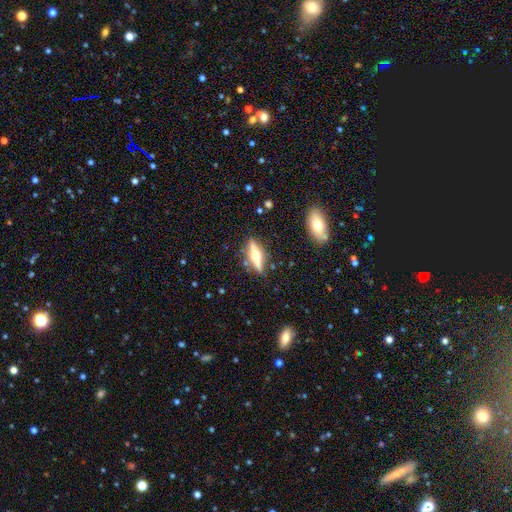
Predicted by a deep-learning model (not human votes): A featured or disk galaxy (68%) viewed edge-on (95%) with a rounded central bulge (94%). Merging: none (84%).